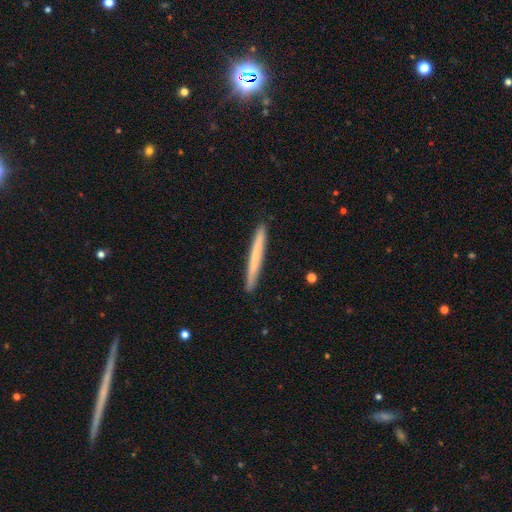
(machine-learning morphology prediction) Smooth or featured? smooth (63%)
How rounded? cigar-shaped (97%)
Merging? none (92%)